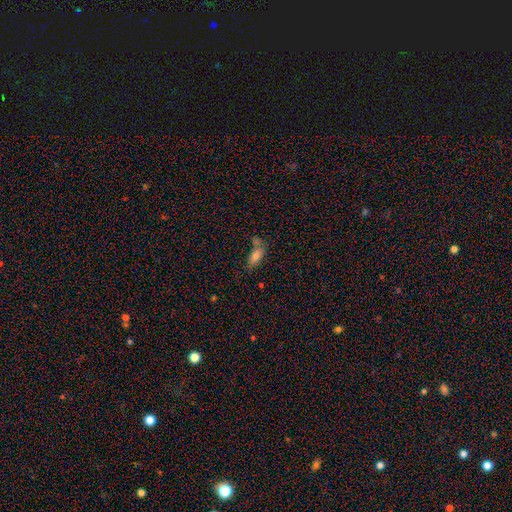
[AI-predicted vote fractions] A smooth galaxy with no disk features (77%) that is in between round and cigar-shaped (74%). Merging: none (48%).